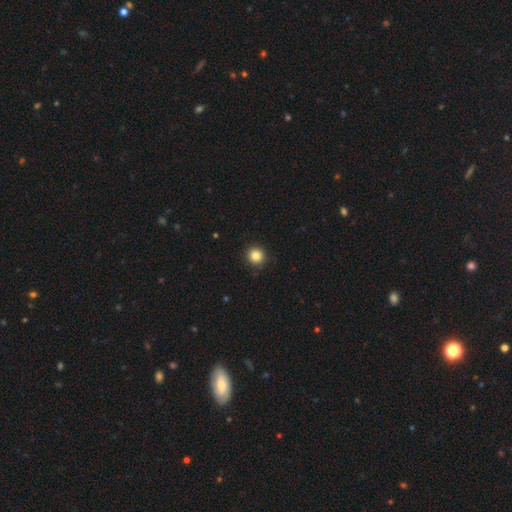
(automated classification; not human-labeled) This appears to be a smooth galaxy with no disk features (84%) that is round (94%). Merging: none (89%).